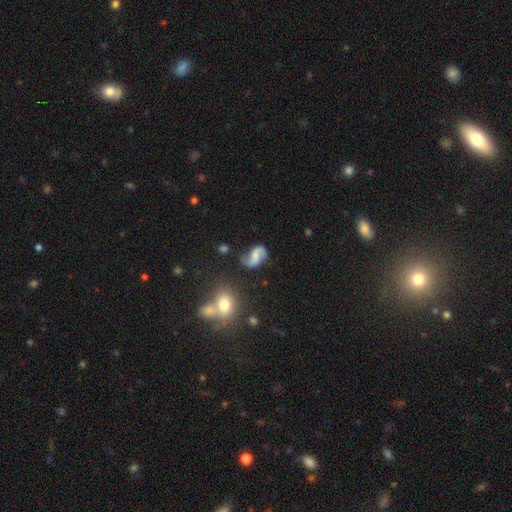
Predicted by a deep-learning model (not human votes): A featured or disk galaxy (80%) with a weak bar (43%), 2 (93%) loose (59%) spiral arms (96%) and no central bulge (40%).

Vote fractions:
- Smooth or featured? featured or disk: 80% / smooth: 13% / star or artifact: 7%
- Edge-on disk? no: 98% / yes: 2%
- Bar? weak: 43% / no: 41% / strong: 15%
- Spiral arms? yes: 96% / no: 4%
- Spiral winding? loose: 59% / medium: 33% / tight: 8%
- Spiral arm count? 2: 93% / can't tell: 2% / 1: 2% / 3: 1% / 4: 1% / more than 4: 1%
- Bulge size? none: 40% / small: 27% / moderate: 24% / large: 6% / dominant: 2%
- Merging? none: 70% / minor disturbance: 17% / major disturbance: 8% / merger: 4%